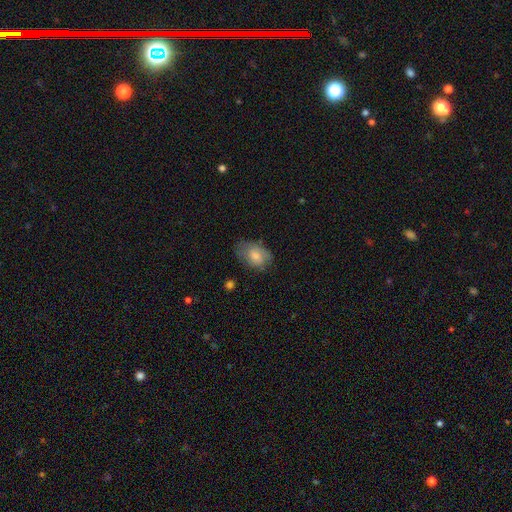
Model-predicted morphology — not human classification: The model was most divided on "merging": none: 62%, minor disturbance: 27%, major disturbance: 9%, merger: 2%. More confident: how rounded — in between (86%); smooth or featured — smooth (70%).